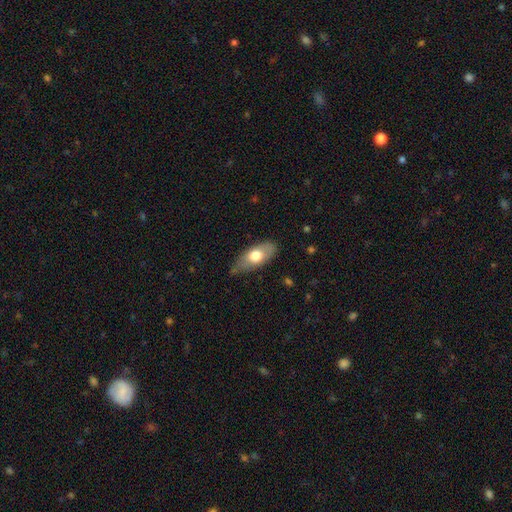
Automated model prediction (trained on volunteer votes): Smooth or featured?
  - smooth: 66% *
  - featured or disk: 28%
  - star or artifact: 6%
How rounded?
  - in between: 84% *
  - cigar-shaped: 12%
  - round: 4%
Merging?
  - none: 62% *
  - minor disturbance: 29%
  - major disturbance: 6%
  - merger: 2%